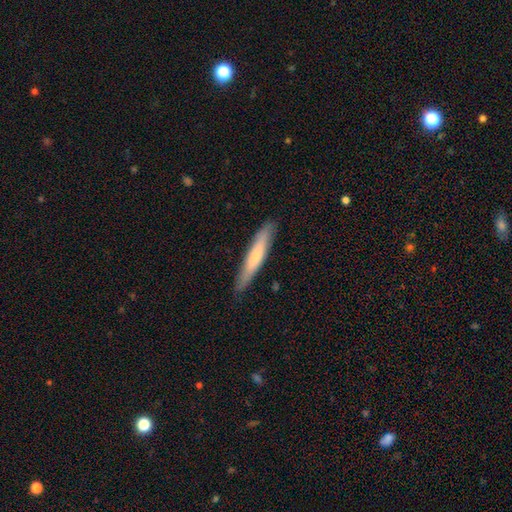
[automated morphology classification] Smooth or featured? Predicted: smooth (p=0.62). How rounded? Predicted: cigar-shaped (p=0.93). Merging? Predicted: none (p=0.89).